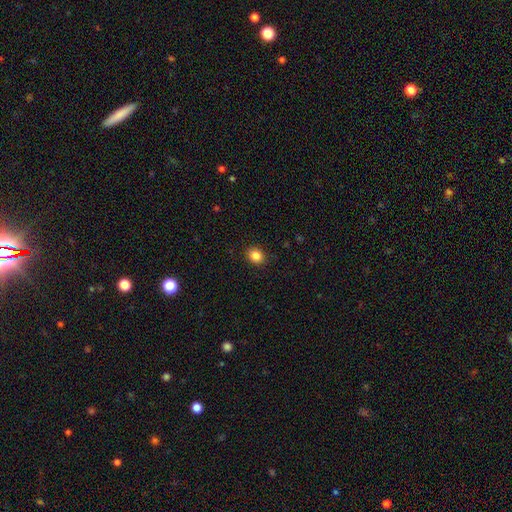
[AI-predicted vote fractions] Smooth or featured? smooth (85%)
How rounded? round (64%)
Merging? none (90%)